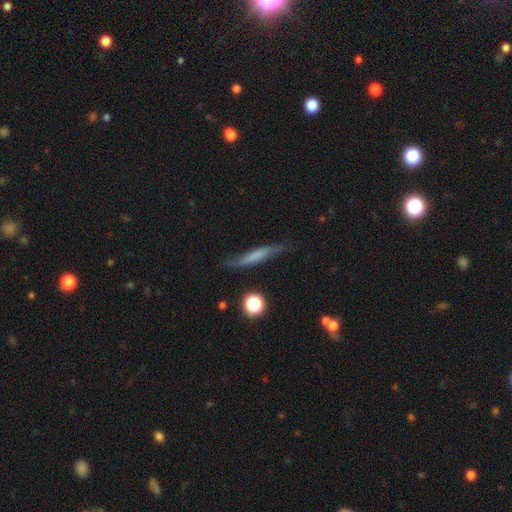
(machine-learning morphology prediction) A smooth galaxy with no disk features (54%) that is cigar-shaped (86%).

Vote fractions:
- Smooth or featured? smooth: 54% / featured or disk: 37% / star or artifact: 9%
- How rounded? cigar-shaped: 86% / in between: 10% / round: 3%
- Merging? none: 69% / minor disturbance: 22% / major disturbance: 6% / merger: 2%